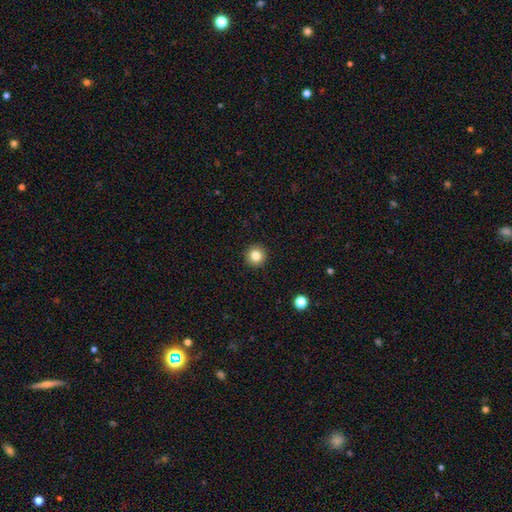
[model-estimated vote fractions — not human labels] Overall: smooth (82%). How rounded: round (96%). Merging: none (93%).